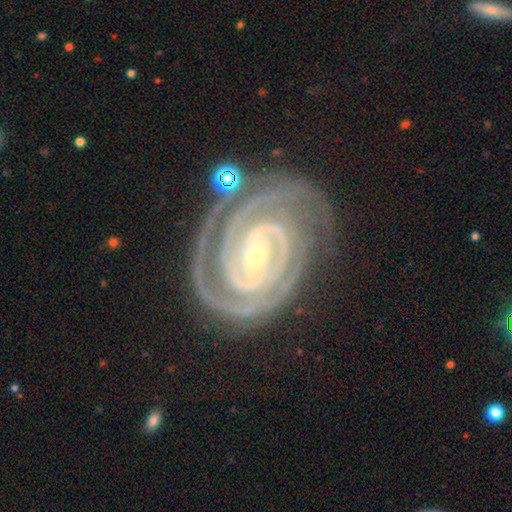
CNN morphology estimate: Smooth or featured: featured or disk — 93% (star or artifact — 5%)
Edge-on disk: no — 97% (yes — 3%)
Bar: no — 37% (strong — 32%)
Spiral arms: yes — 99% (no — 1%)
Spiral winding: tight — 87% (medium — 11%)
Spiral arm count: 2 — 70% (3 — 14%)
Bulge size: small — 82% (moderate — 15%)
Merging: none — 75% (minor disturbance — 16%)